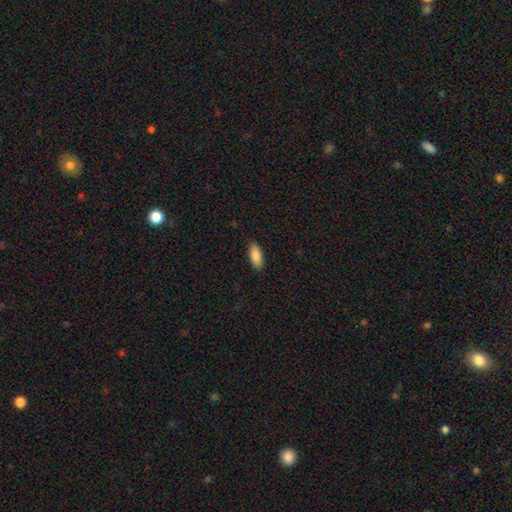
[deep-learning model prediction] smooth 88%, star or artifact 6%, featured or disk 6%. Down the decision tree: how rounded — in between (84%); merging — none (89%).